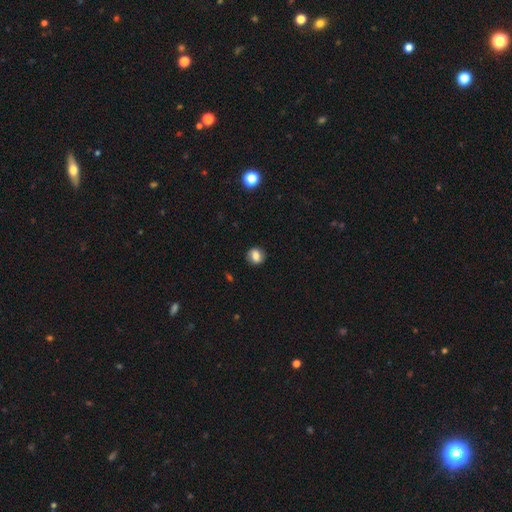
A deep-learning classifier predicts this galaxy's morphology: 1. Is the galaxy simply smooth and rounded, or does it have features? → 74% smooth, 16% featured or disk, 10% star or artifact.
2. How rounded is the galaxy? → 71% round, 27% in between, 1% cigar-shaped.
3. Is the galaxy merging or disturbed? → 86% none, 10% minor disturbance, 3% major disturbance, 1% merger.